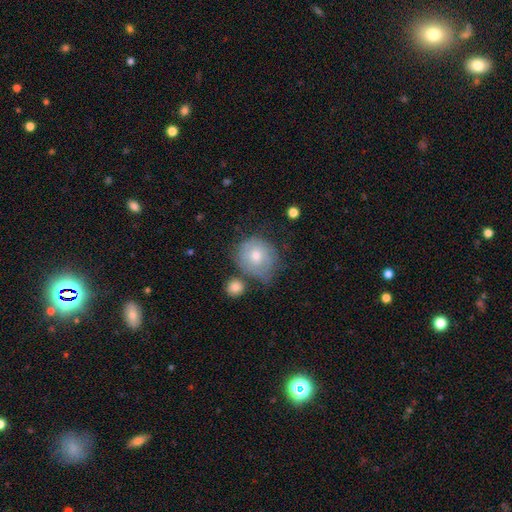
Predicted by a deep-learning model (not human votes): This is possibly a smooth galaxy (50%). Merging: possibly none (55%).